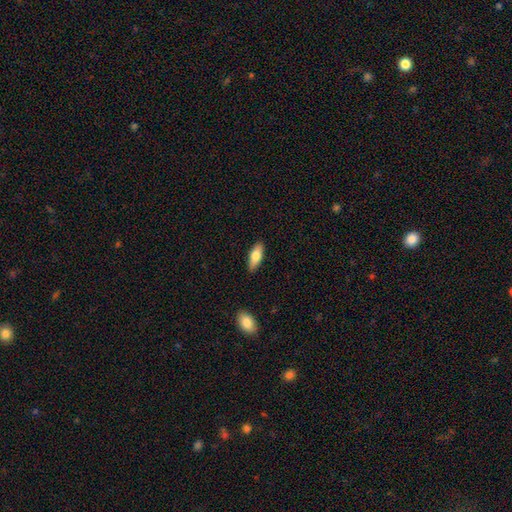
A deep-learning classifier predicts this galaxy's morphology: Smooth or featured? Predicted: smooth (p=0.76). How rounded? Predicted: in between (p=0.71). Merging? Predicted: none (p=0.87).